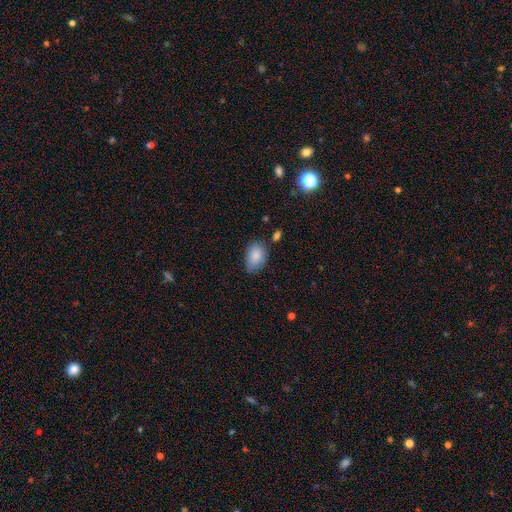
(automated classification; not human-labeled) Morphology: type=smooth (86%); roundness=in between (87%); merging=none (69%).